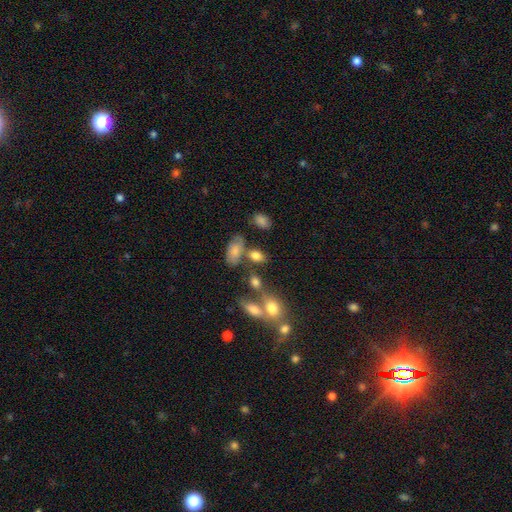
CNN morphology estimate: Smooth or featured?
  - smooth: 74% *
  - featured or disk: 14%
  - star or artifact: 11%
How rounded?
  - in between: 80% *
  - round: 16%
  - cigar-shaped: 4%
Merging?
  - none: 54% *
  - merger: 21%
  - minor disturbance: 17%
  - major disturbance: 8%